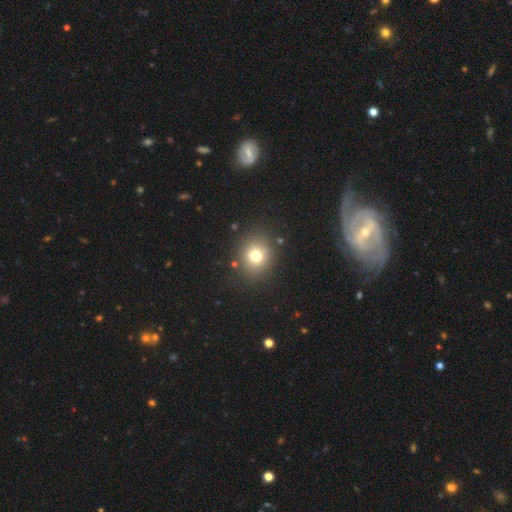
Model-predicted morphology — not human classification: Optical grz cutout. It shows a smooth galaxy with no disk features (76%) that is round (79%). Merging: none (87%).